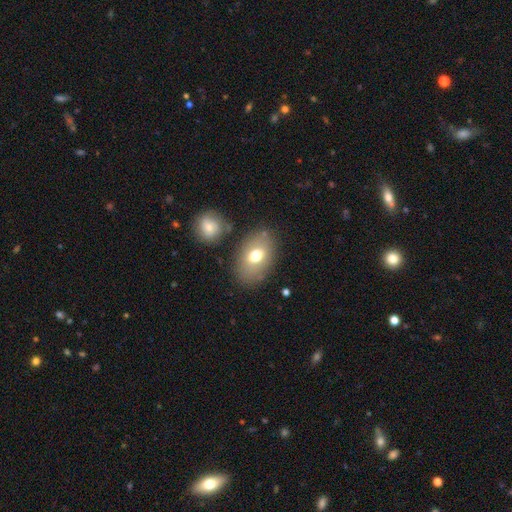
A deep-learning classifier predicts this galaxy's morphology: Overall: smooth (69%). How rounded: in between (84%). Merging: none (76%).